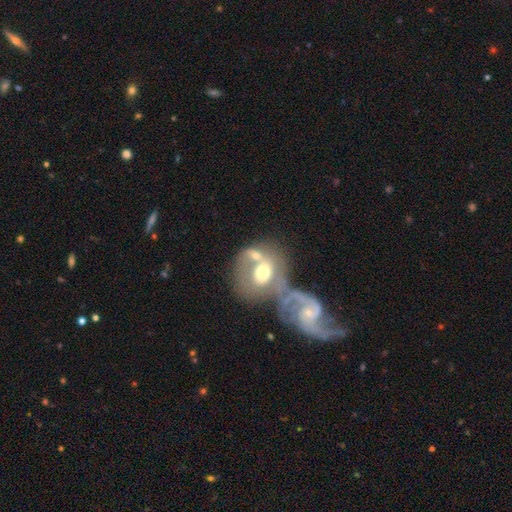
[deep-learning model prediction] Smooth or featured: featured or disk — 48% (smooth — 44%)
Merging: merger — 58% (none — 20%)